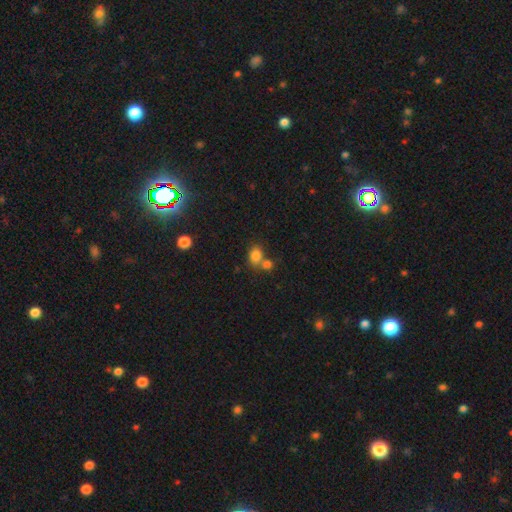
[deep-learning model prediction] Overall: smooth (81%). How rounded: in between (56%; round 43%). Merging: none (48%; merger 38%).